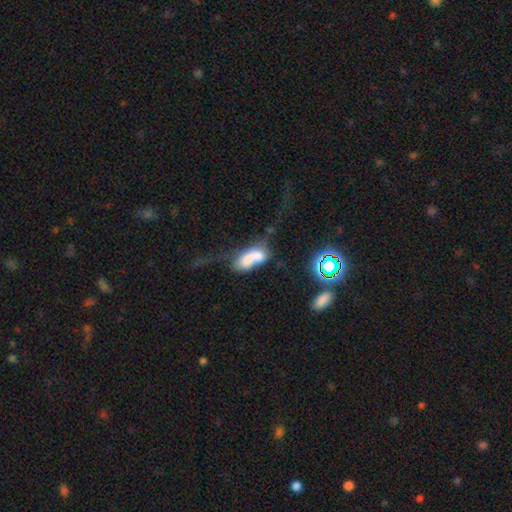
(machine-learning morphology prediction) Smooth or featured? Predicted: smooth (p=0.55). How rounded? Predicted: in between (p=0.83). Merging? Predicted: merger (p=0.43).